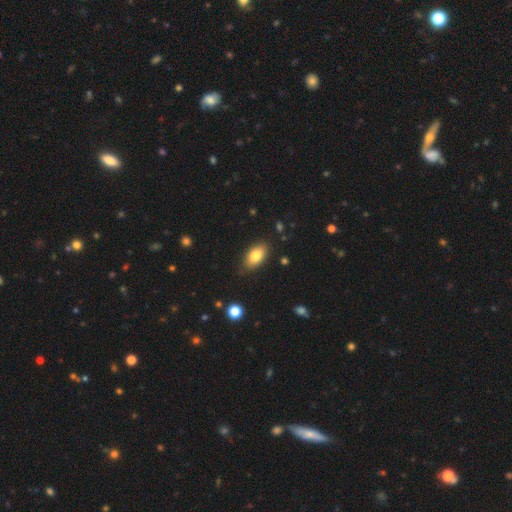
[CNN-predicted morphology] type=smooth (82%); roundness=in between (91%); merging=none (84%).